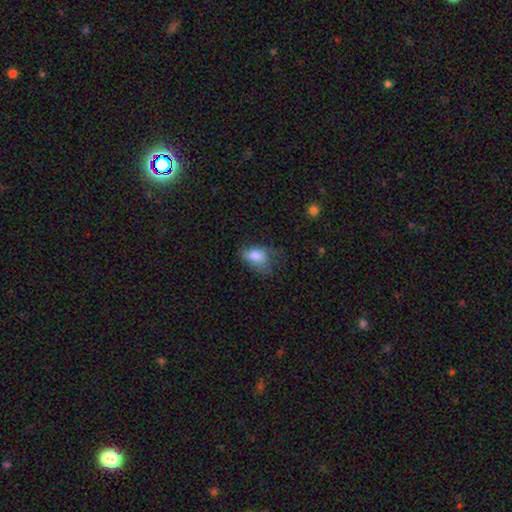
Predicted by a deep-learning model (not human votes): smooth 78%, featured or disk 13%, star or artifact 9%. Down the decision tree: how rounded — in between (87%); merging — none (36%).